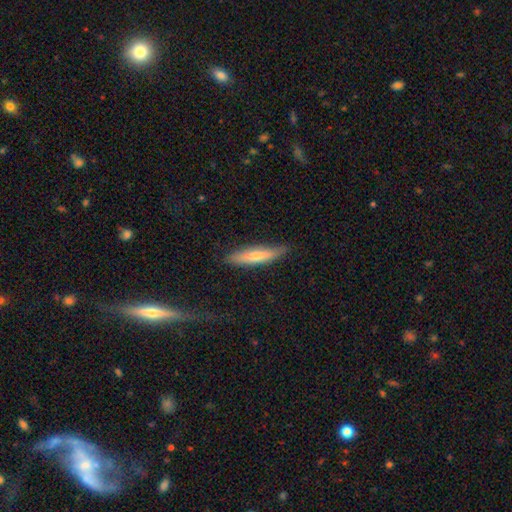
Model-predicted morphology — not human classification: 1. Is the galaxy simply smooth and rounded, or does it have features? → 62% smooth, 31% featured or disk, 6% star or artifact.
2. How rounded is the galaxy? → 84% cigar-shaped, 15% in between, 1% round.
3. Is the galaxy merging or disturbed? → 80% none, 15% minor disturbance, 3% major disturbance, 2% merger.